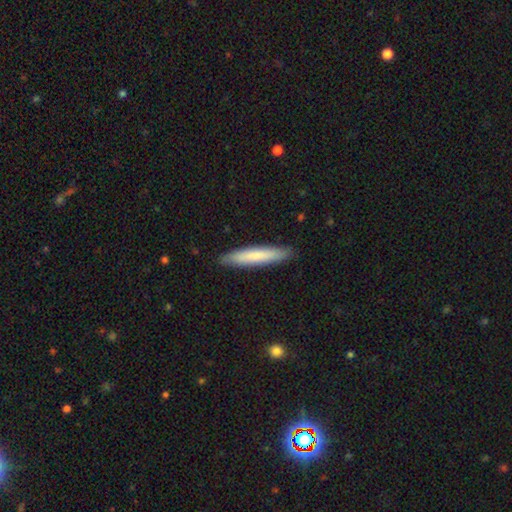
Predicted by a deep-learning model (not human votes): A smooth galaxy with no disk features (75%) that is cigar-shaped (92%). Merging: none (90%).